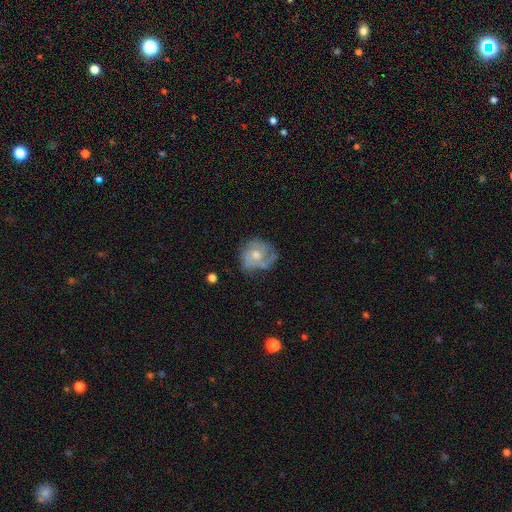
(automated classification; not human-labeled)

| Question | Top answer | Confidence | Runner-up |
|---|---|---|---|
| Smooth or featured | featured or disk | 66% | smooth (27%) |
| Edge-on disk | no | 97% | yes (3%) |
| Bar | no | 79% | weak (18%) |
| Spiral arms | yes | 77% | no (23%) |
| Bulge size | moderate | 64% | small (27%) |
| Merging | none | 53% | minor disturbance (27%) |